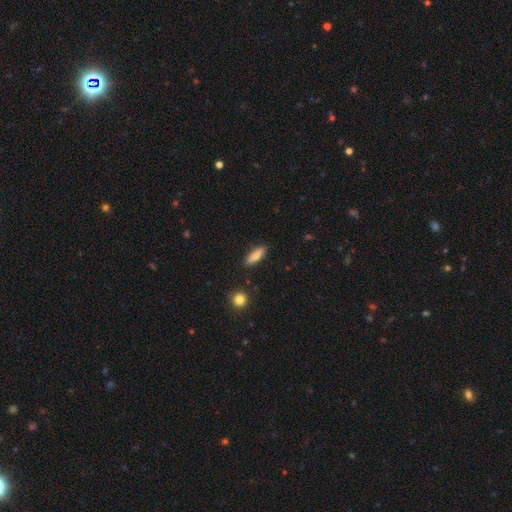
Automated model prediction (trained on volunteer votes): Q: Smooth or featured?
A: smooth (76%); runner-up: featured or disk (18%)
Q: How rounded?
A: in between (49%); runner-up: cigar-shaped (48%)
Q: Merging?
A: none (87%); runner-up: minor disturbance (9%)